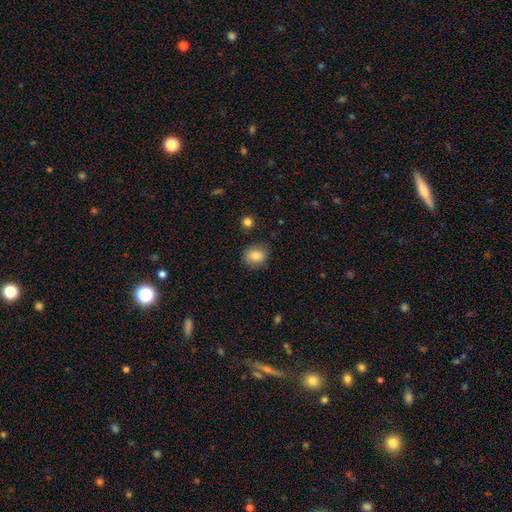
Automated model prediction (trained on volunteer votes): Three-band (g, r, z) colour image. It shows a smooth galaxy with no disk features (82%) that is round (64%). Merging: none (82%).